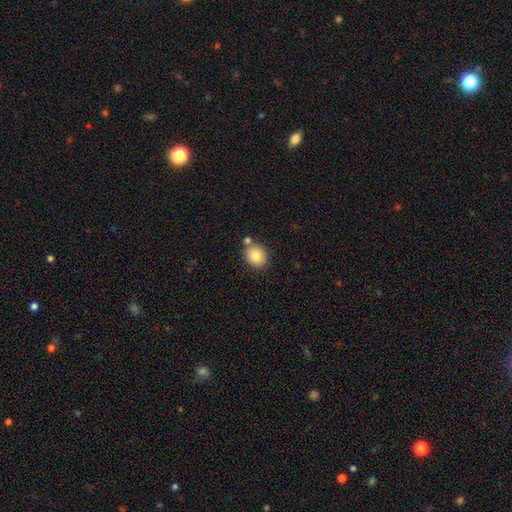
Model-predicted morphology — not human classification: type=smooth (84%); roundness=round (66%); merging=none (74%).